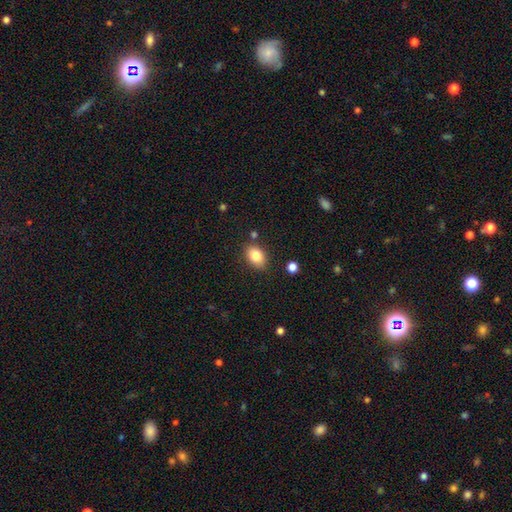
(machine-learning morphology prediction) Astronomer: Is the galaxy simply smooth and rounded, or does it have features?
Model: smooth — 83%.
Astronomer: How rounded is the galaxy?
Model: in between — 78%.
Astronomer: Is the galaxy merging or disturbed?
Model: none — 82%.